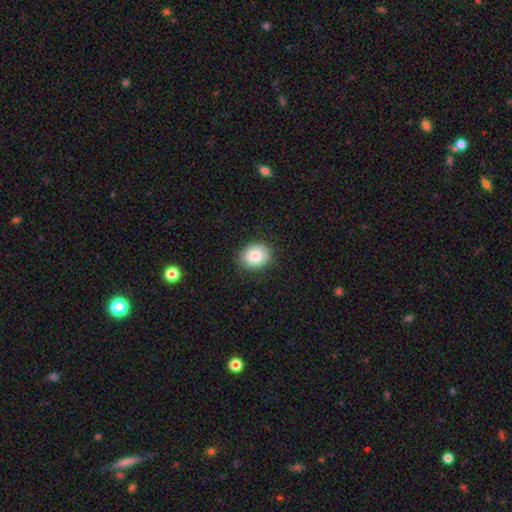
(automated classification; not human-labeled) This appears to be a smooth galaxy with no disk features (84%) that is round (63%). Merging: none (86%).